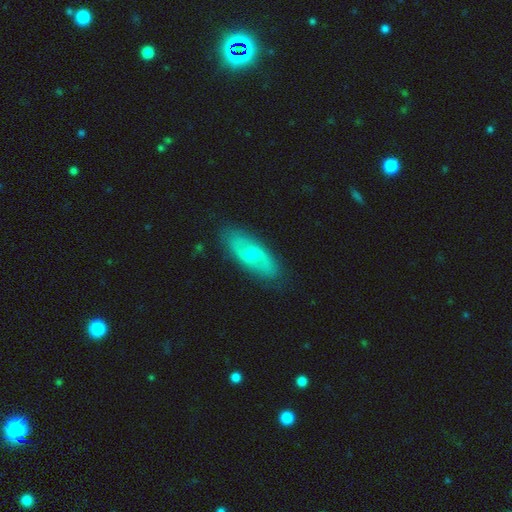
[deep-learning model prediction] Morphology: type=featured or disk (68%); edge-on=no (85%); bar=weak (48%); spiral arms=yes (79%); bulge=moderate (49%); merging=none (84%).